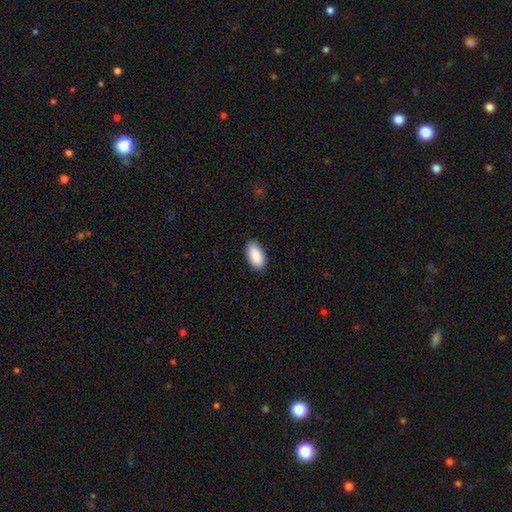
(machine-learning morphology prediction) Overall: smooth (91%). How rounded: in between (94%). Merging: none (89%).